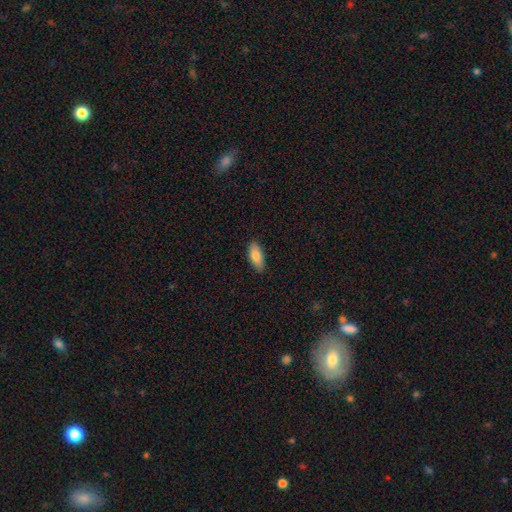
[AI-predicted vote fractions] Q: Smooth or featured?
A: smooth (83%); runner-up: featured or disk (11%)
Q: How rounded?
A: in between (81%); runner-up: cigar-shaped (17%)
Q: Merging?
A: none (88%); runner-up: minor disturbance (9%)